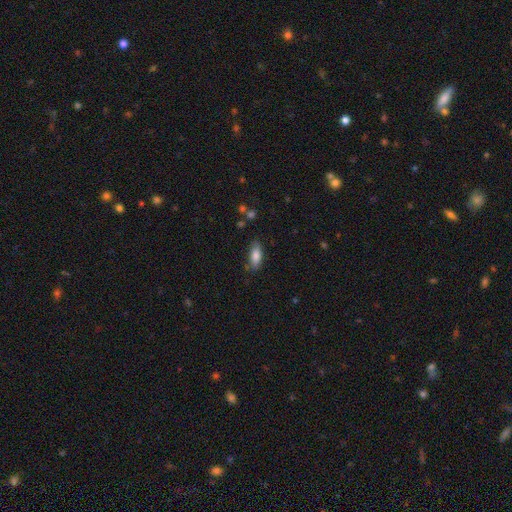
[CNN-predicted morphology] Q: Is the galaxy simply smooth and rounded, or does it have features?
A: smooth — 82%.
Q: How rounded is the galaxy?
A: in between — 78%.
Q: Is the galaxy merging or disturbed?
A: none — 75%.